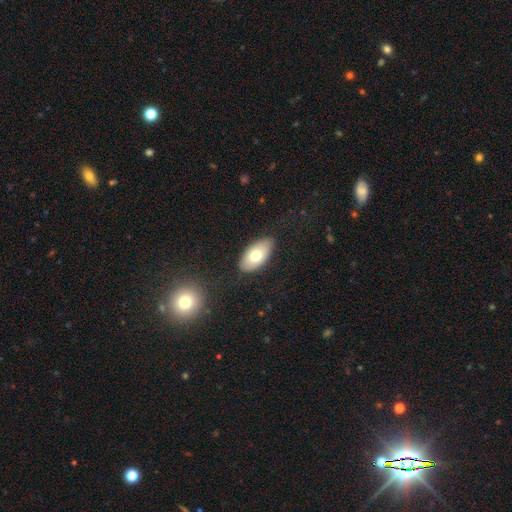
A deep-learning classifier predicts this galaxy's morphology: Smooth or featured? Predicted: smooth (p=0.70). How rounded? Predicted: in between (p=0.94). Merging? Predicted: none (p=0.84).